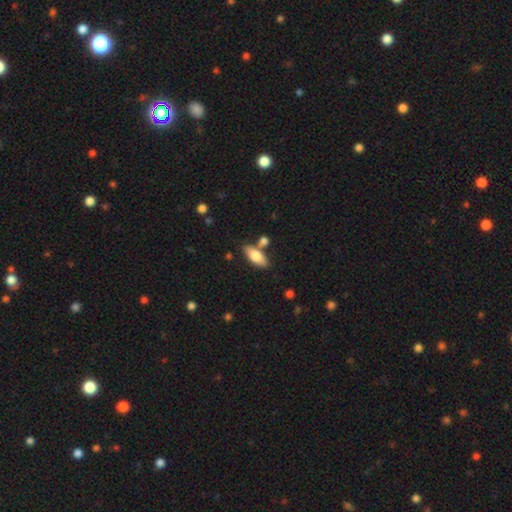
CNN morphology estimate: smooth-or-featured: smooth: 74% | featured or disk: 20% | star or artifact: 6%
  how-rounded: in between: 79% | cigar-shaped: 18% | round: 3%
  merging: none: 70% | merger: 14% | minor disturbance: 13% | major disturbance: 3%